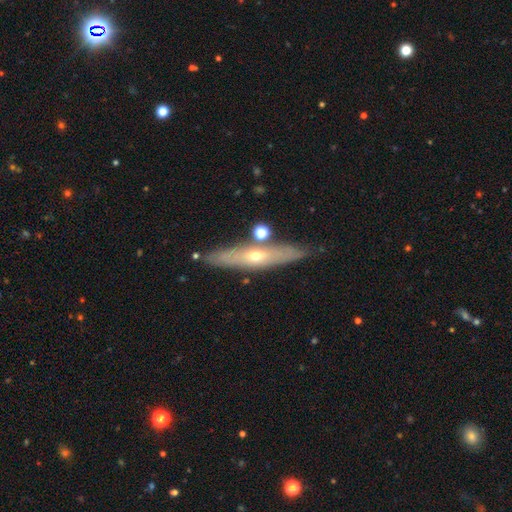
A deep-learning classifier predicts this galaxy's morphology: This is possibly a featured or disk galaxy (59%). It is likely viewed edge-on (64%). Merging: likely none (80%).